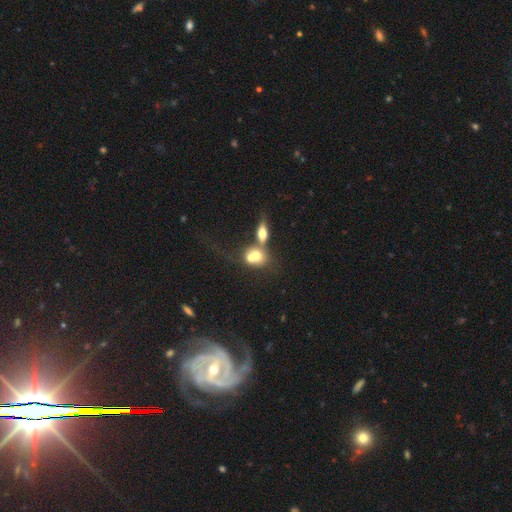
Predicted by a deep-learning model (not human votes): Q: Smooth or featured?
A: smooth (62%); runner-up: featured or disk (27%)
Q: How rounded?
A: round (53%); runner-up: in between (44%)
Q: Merging?
A: merger (65%); runner-up: none (22%)